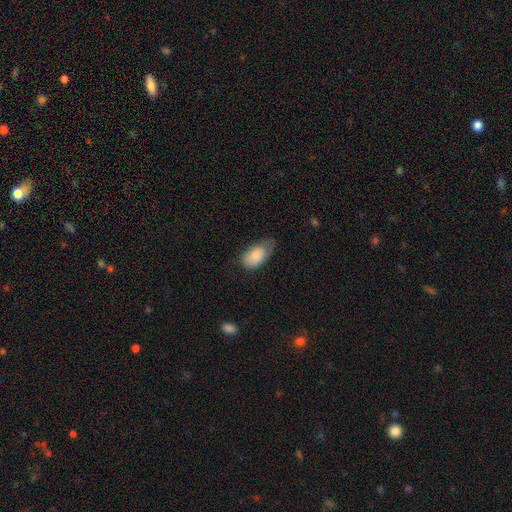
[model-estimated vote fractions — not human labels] Smooth or featured?
  - smooth: 82% *
  - featured or disk: 12%
  - star or artifact: 6%
How rounded?
  - in between: 94% *
  - round: 5%
  - cigar-shaped: 2%
Merging?
  - minor disturbance: 41% *
  - none: 40%
  - major disturbance: 17%
  - merger: 2%